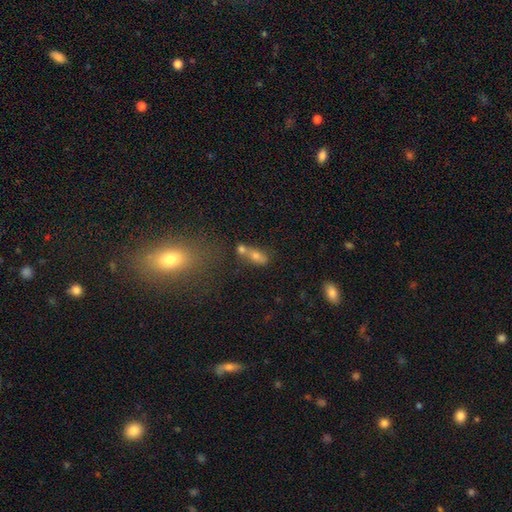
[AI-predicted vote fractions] This is likely a smooth galaxy (63%). How rounded: likely in between (71%). Merging: marginally merger (40%).